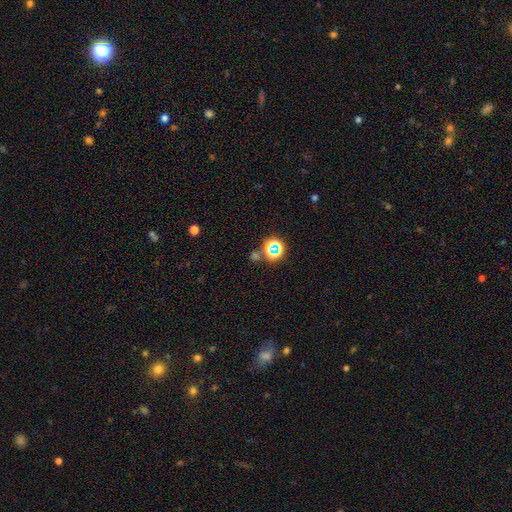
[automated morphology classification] smooth_or_featured: star or artifact (p=0.61) [alt: smooth p=0.31]